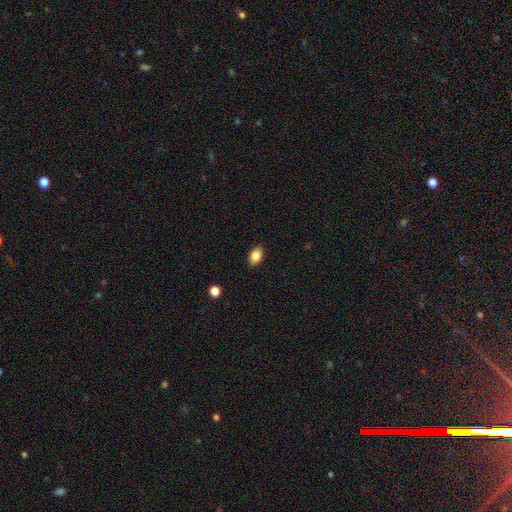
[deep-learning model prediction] A smooth galaxy with no disk features (86%) that is in between round and cigar-shaped (88%).

Vote fractions:
- Smooth or featured? smooth: 86% / star or artifact: 8% / featured or disk: 5%
- How rounded? in between: 88% / round: 10% / cigar-shaped: 1%
- Merging? none: 89% / minor disturbance: 8% / major disturbance: 2% / merger: 1%